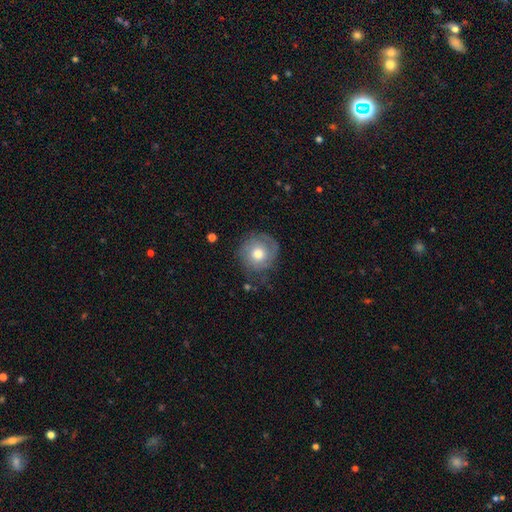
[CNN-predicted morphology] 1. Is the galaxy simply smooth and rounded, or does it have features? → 48% smooth, 27% featured or disk, 26% star or artifact.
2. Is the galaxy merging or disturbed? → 83% none, 10% minor disturbance, 4% major disturbance, 2% merger.